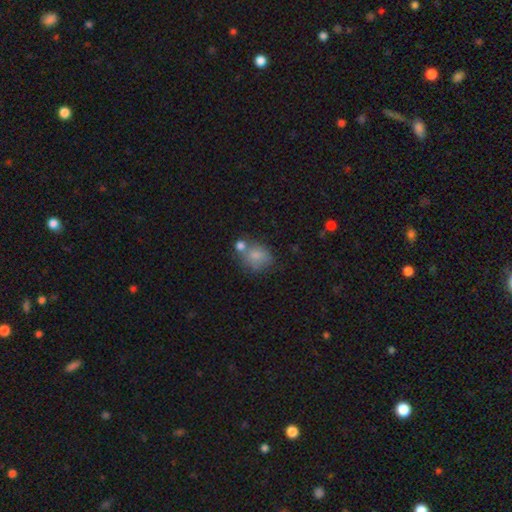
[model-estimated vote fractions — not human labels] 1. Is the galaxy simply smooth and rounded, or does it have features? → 74% smooth, 15% featured or disk, 11% star or artifact.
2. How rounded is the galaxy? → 53% round, 46% in between, 1% cigar-shaped.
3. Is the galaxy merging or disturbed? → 40% none, 29% merger, 20% minor disturbance, 11% major disturbance.